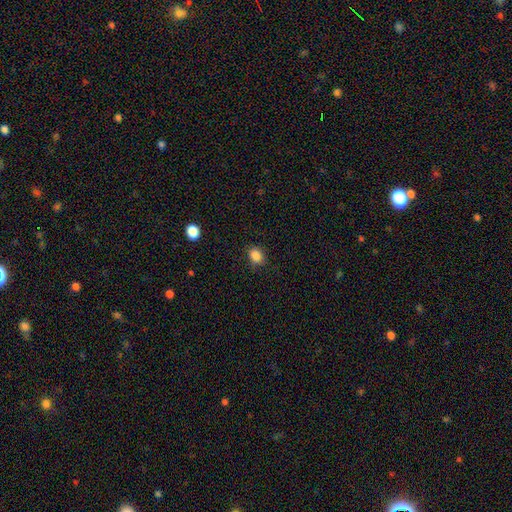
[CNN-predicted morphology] smooth 86%, star or artifact 10%, featured or disk 4%. Down the decision tree: how rounded — in between (58%); merging — none (84%).